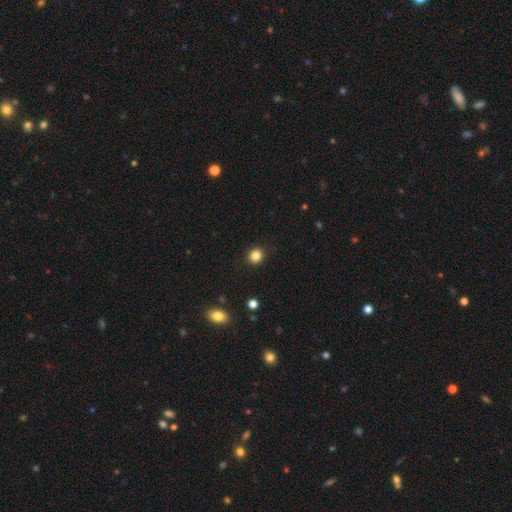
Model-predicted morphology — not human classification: smooth-or-featured: smooth: 84% | star or artifact: 11% | featured or disk: 4%
  how-rounded: round: 86% | in between: 13% | cigar-shaped: 1%
  merging: none: 91% | minor disturbance: 6% | major disturbance: 2% | merger: 1%